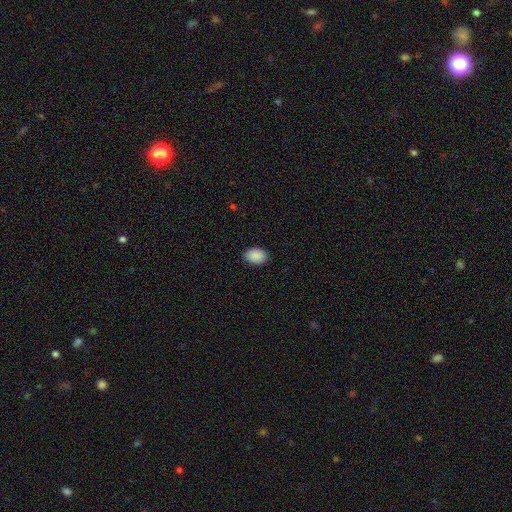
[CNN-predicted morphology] A smooth galaxy with no disk features (91%) that is in between round and cigar-shaped (79%). Merging: none (88%).